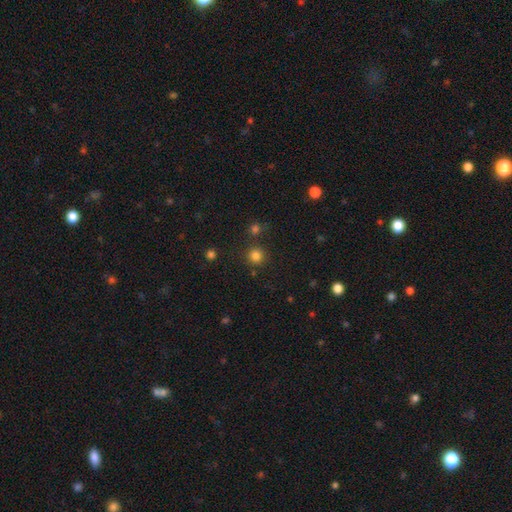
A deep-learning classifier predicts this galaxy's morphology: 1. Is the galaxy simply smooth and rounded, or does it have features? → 80% smooth, 15% star or artifact, 4% featured or disk.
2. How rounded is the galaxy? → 93% round, 6% in between, 1% cigar-shaped.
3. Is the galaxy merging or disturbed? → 82% none, 8% minor disturbance, 8% merger, 3% major disturbance.